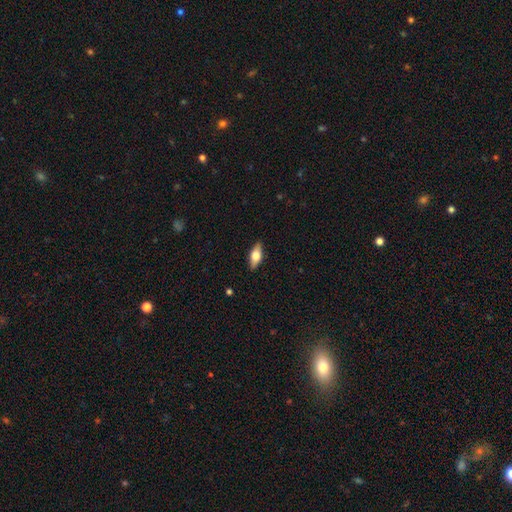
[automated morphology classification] Q: Smooth or featured?
A: smooth (53%); runner-up: featured or disk (40%)
Q: How rounded?
A: in between (73%); runner-up: cigar-shaped (23%)
Q: Merging?
A: none (88%); runner-up: minor disturbance (9%)